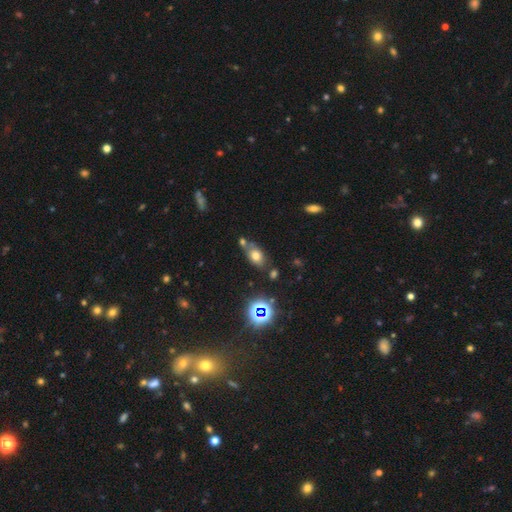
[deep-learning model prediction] Smooth or featured?
  - smooth: 66% *
  - star or artifact: 18%
  - featured or disk: 16%
How rounded?
  - in between: 76% *
  - round: 21%
  - cigar-shaped: 3%
Merging?
  - none: 54% *
  - merger: 25%
  - minor disturbance: 16%
  - major disturbance: 5%